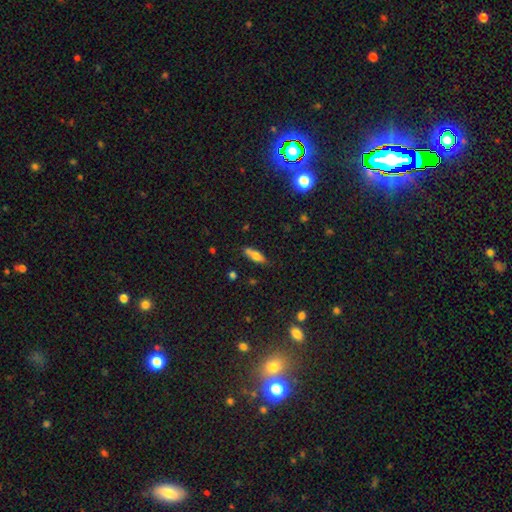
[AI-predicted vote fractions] Smooth or featured?
  - smooth: 68% *
  - featured or disk: 23%
  - star or artifact: 9%
How rounded?
  - in between: 61% *
  - cigar-shaped: 35%
  - round: 3%
Merging?
  - none: 62% *
  - minor disturbance: 19%
  - merger: 13%
  - major disturbance: 5%